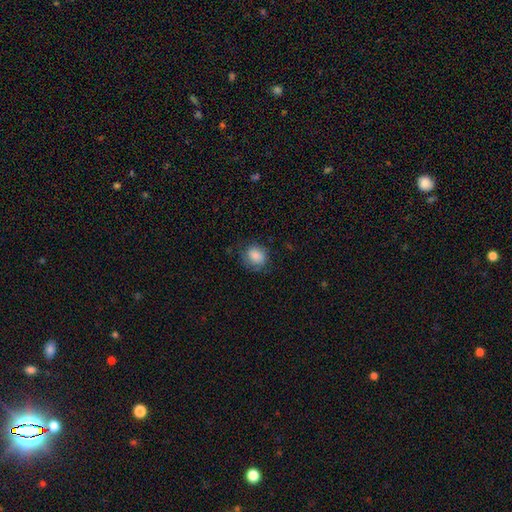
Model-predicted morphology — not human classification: A smooth galaxy with no disk features (83%) that is round (64%). Merging: none (73%).